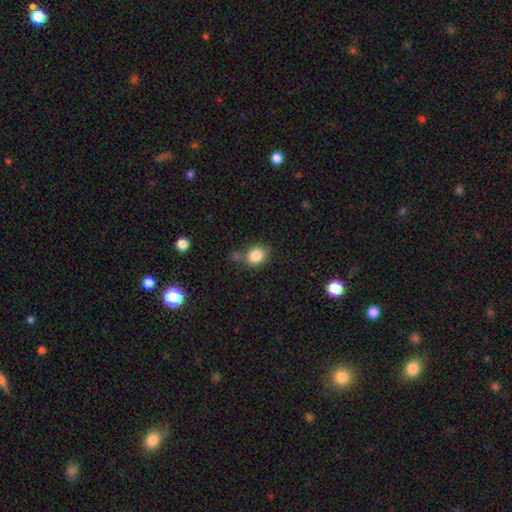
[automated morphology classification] Overall: smooth (85%). How rounded: round (58%; in between 41%). Merging: none (59%; minor disturbance 19%).